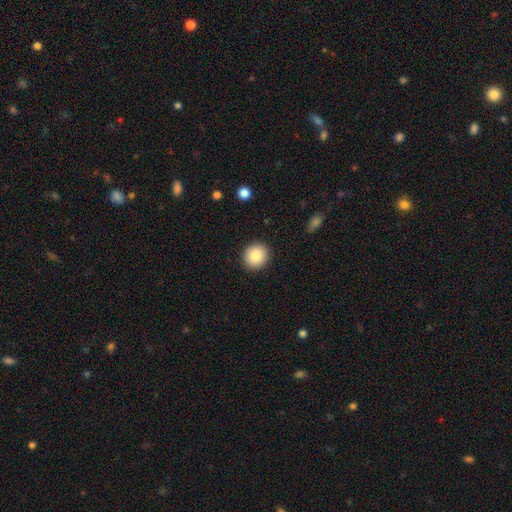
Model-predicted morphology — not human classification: smooth_or_featured: smooth (p=0.88) [alt: star or artifact p=0.08]
how_rounded: round (p=0.89) [alt: in between p=0.10]
merging: none (p=0.91) [alt: minor disturbance p=0.06]